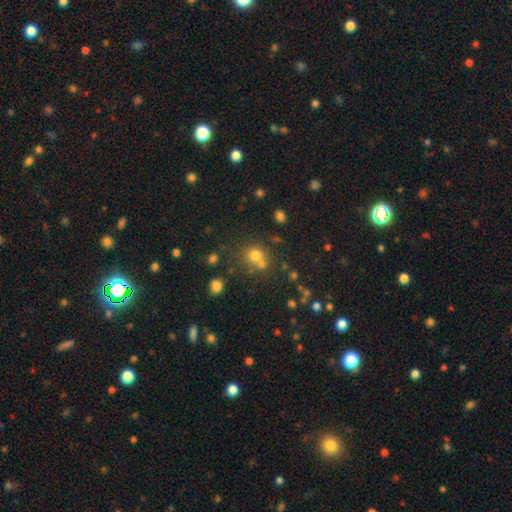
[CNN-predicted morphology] This is likely a smooth galaxy (66%). How rounded: clearly round (85%). Merging: possibly none (54%).